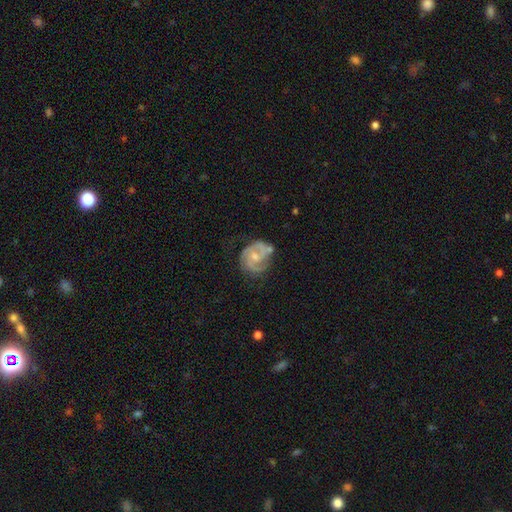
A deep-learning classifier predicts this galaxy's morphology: Q: Smooth or featured?
A: featured or disk (85%); runner-up: smooth (10%)
Q: Edge-on disk?
A: no (98%); runner-up: yes (2%)
Q: Bar?
A: no (59%); runner-up: weak (34%)
Q: Spiral arms?
A: yes (96%); runner-up: no (4%)
Q: Spiral winding?
A: tight (45%); tied with: medium (45%)
Q: Spiral arm count?
A: 2 (53%); runner-up: 3 (29%)
Q: Bulge size?
A: moderate (47%); tied with: small (47%)
Q: Merging?
A: none (62%); runner-up: minor disturbance (23%)